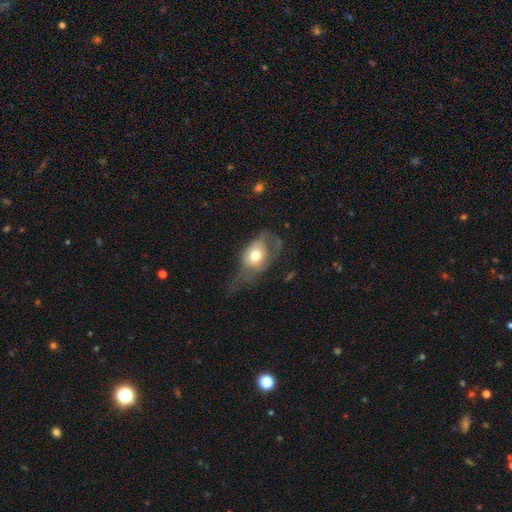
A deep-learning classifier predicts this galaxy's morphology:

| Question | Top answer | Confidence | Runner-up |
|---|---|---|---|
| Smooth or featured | smooth | 61% | featured or disk (32%) |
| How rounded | in between | 67% | round (31%) |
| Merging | major disturbance | 47% | minor disturbance (26%) |